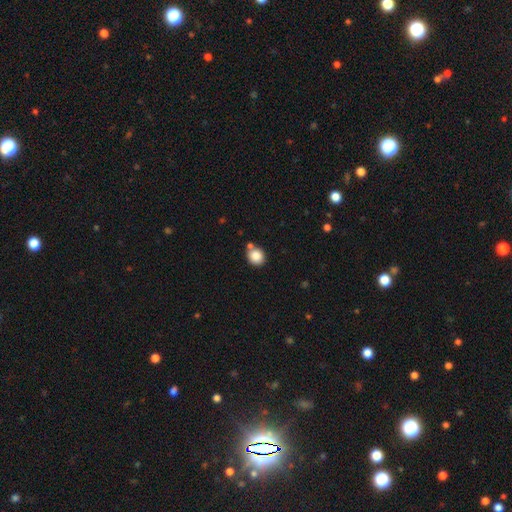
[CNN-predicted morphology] A smooth galaxy with no disk features (86%) that is round (83%).

Vote fractions:
- Smooth or featured? smooth: 86% / star or artifact: 10% / featured or disk: 5%
- How rounded? round: 83% / in between: 16% / cigar-shaped: 1%
- Merging? none: 68% / merger: 17% / minor disturbance: 11% / major disturbance: 3%